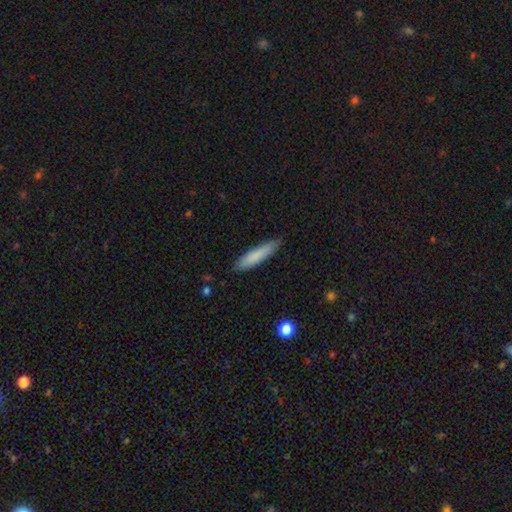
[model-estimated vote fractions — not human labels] smooth 82%, featured or disk 12%, star or artifact 6%. Down the decision tree: how rounded — cigar-shaped (85%); merging — none (86%).